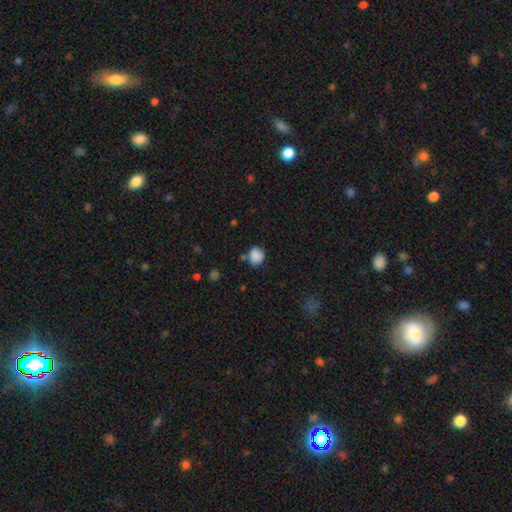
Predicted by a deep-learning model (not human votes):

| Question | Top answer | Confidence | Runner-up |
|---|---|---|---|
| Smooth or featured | smooth | 86% | star or artifact (9%) |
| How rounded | round | 70% | in between (29%) |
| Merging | none | 67% | minor disturbance (20%) |